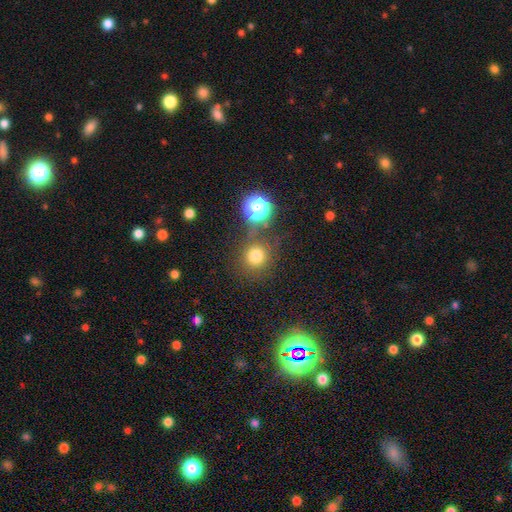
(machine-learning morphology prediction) Smooth or featured? Predicted: smooth (p=0.75). How rounded? Predicted: round (p=0.92). Merging? Predicted: none (p=0.74).